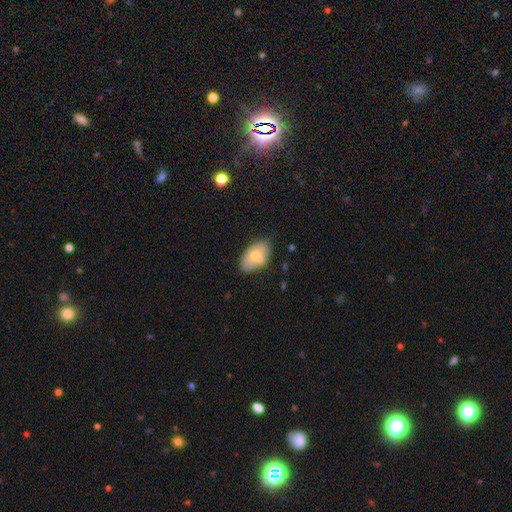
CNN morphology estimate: Smooth or featured? smooth (66%)
How rounded? in between (91%)
Merging? none (60%)